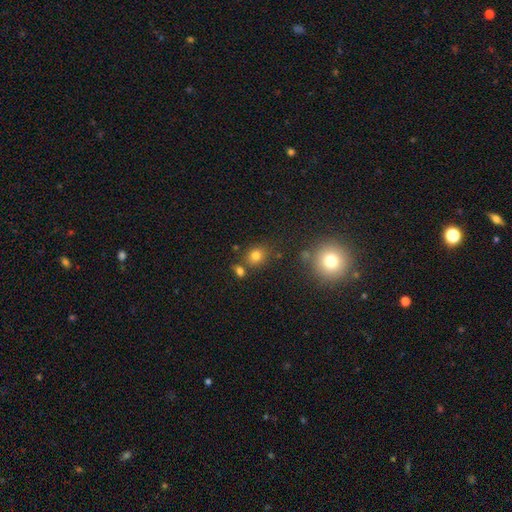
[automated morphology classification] The model was most divided on "how rounded": round: 65%, in between: 34%, cigar-shaped: 1%. More confident: smooth or featured — smooth (77%); merging — none (70%).